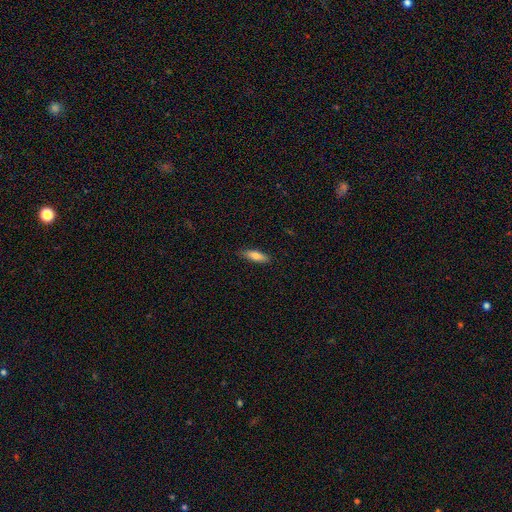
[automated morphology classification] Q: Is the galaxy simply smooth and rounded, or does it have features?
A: smooth — 75%.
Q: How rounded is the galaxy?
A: cigar-shaped — 50%.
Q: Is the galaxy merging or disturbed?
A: none — 86%.